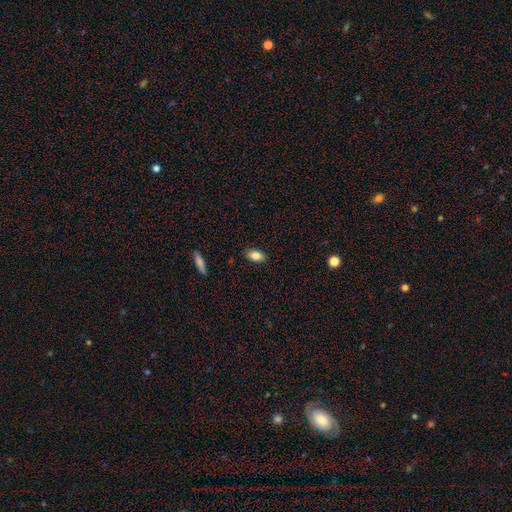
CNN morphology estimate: Q: Smooth or featured?
A: smooth (84%); runner-up: star or artifact (8%)
Q: How rounded?
A: in between (90%); runner-up: round (5%)
Q: Merging?
A: none (88%); runner-up: minor disturbance (9%)